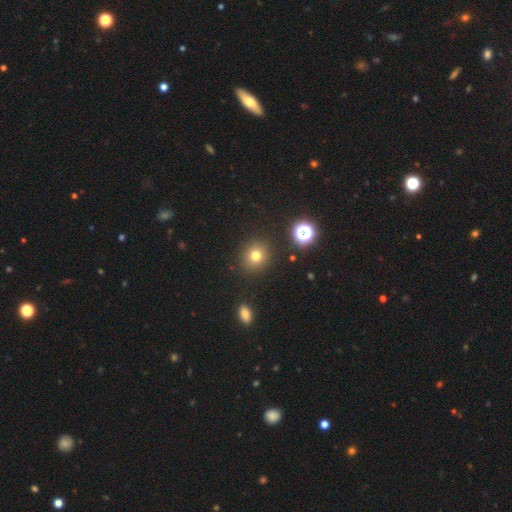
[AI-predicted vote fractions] Overall: smooth (76%). How rounded: round (85%). Merging: none (89%).